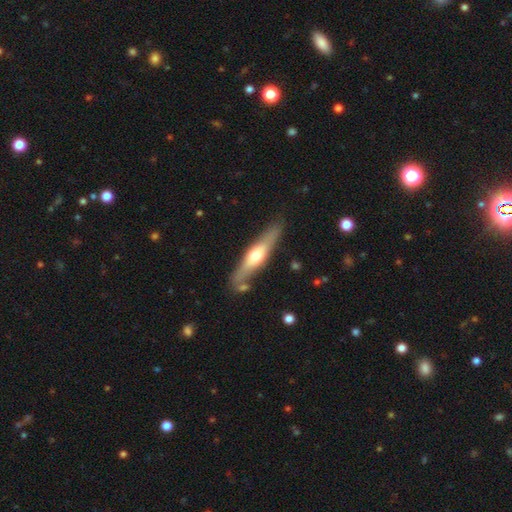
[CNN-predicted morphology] Overall: featured or disk (57%; smooth 38%). Edge-on disk: yes (88%). Edge-on bulge: rounded (90%). Merging: none (78%).